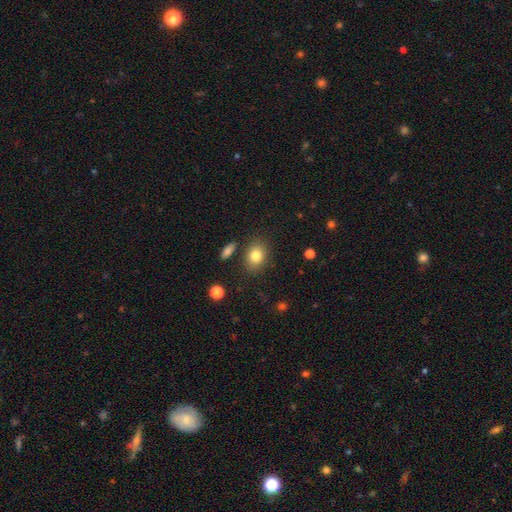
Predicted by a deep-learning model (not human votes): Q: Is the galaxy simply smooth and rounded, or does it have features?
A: smooth — 82%.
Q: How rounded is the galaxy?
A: in between — 60%.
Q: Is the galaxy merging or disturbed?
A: none — 82%.